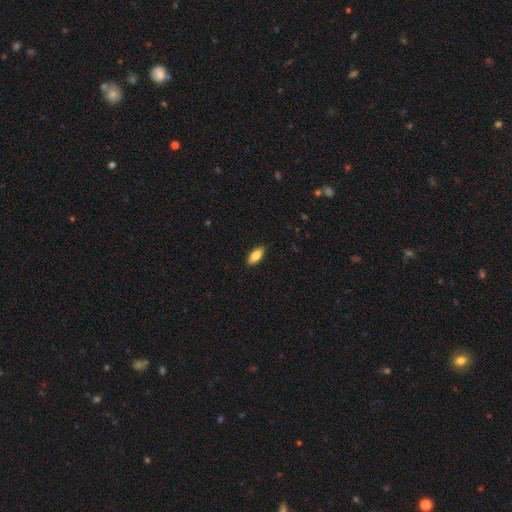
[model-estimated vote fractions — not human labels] smooth-or-featured: smooth: 85% | featured or disk: 9% | star or artifact: 6%
  how-rounded: in between: 87% | cigar-shaped: 11% | round: 2%
  merging: none: 89% | minor disturbance: 8% | major disturbance: 2% | merger: 1%